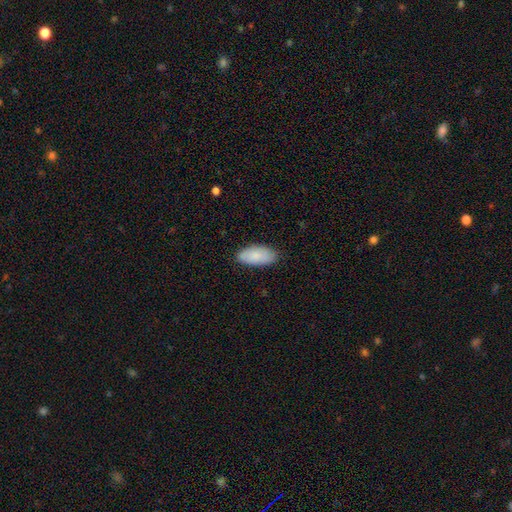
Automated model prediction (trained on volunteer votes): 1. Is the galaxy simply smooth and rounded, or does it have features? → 83% smooth, 11% featured or disk, 6% star or artifact.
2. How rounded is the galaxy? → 92% in between, 6% cigar-shaped, 2% round.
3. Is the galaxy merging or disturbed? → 82% none, 14% minor disturbance, 2% major disturbance, 1% merger.